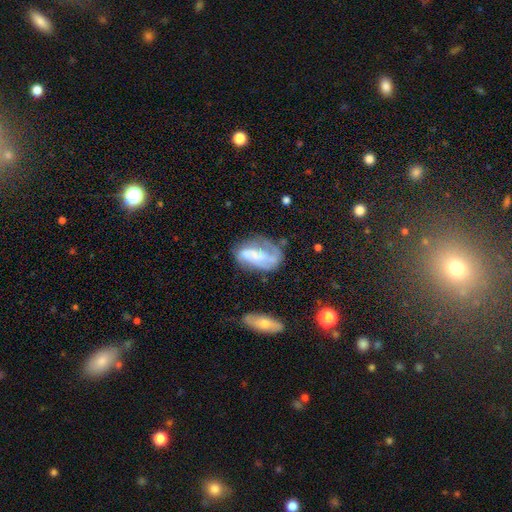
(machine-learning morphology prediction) This appears to be a featured or disk galaxy (61%) with no bar (58%), spiral arms (71%) and no central bulge (40%). Merging: none (39%).